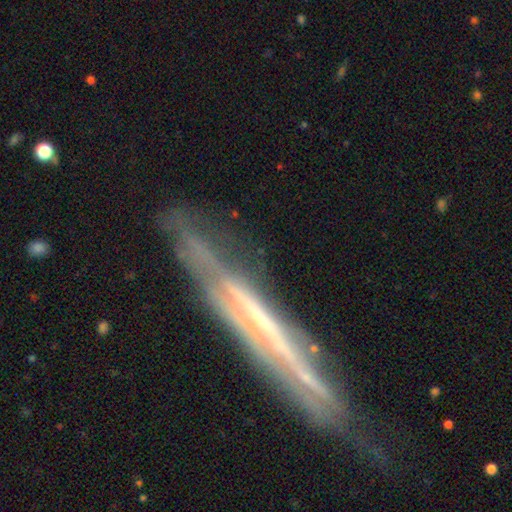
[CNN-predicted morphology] This is likely a featured or disk galaxy (77%). It is clearly viewed edge-on (83%). Edge-on bulge: likely none (76%). Merging: likely none (66%).